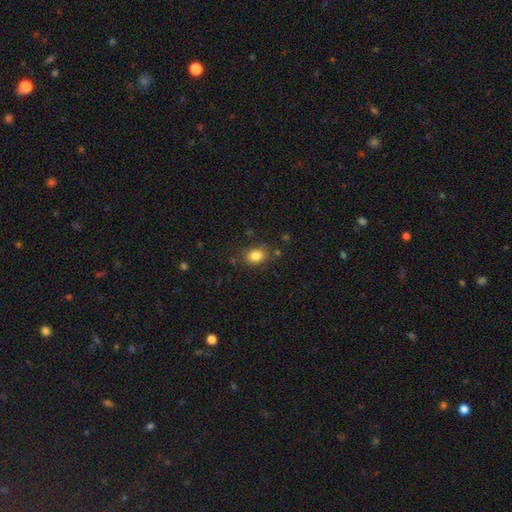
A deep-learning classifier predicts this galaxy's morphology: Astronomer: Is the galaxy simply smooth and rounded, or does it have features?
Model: smooth — 83%.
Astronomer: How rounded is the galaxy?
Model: in between — 53% (runner-up: round, 46%).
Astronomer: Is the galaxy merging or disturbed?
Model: none — 80%.